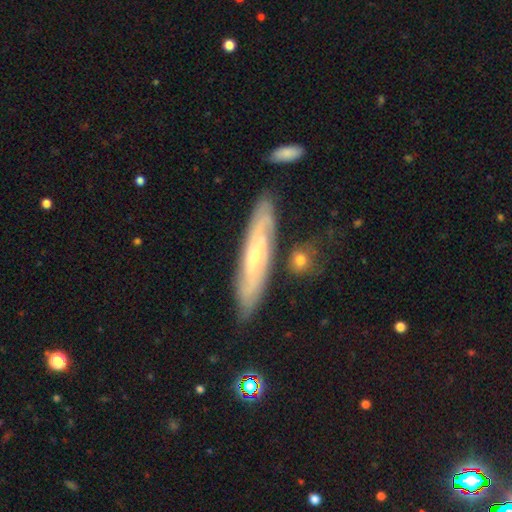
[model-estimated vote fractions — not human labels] smooth_or_featured: featured or disk (p=0.69) [alt: smooth p=0.24]
disk_edge_on: no (p=0.57) [alt: yes p=0.43]
merging: none (p=0.81) [alt: minor disturbance p=0.13]